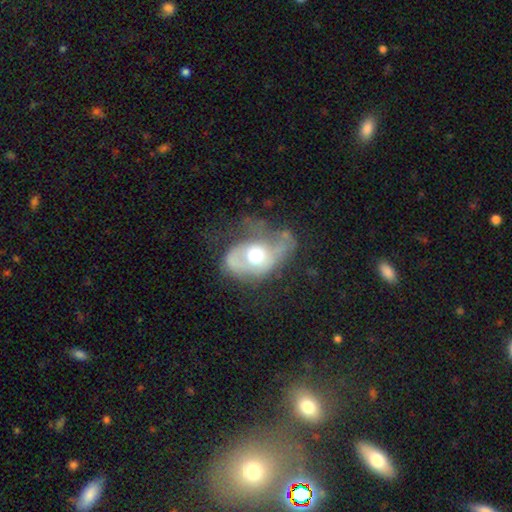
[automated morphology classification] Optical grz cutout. It shows a featured or disk galaxy (52%). Merging: major disturbance (52%).